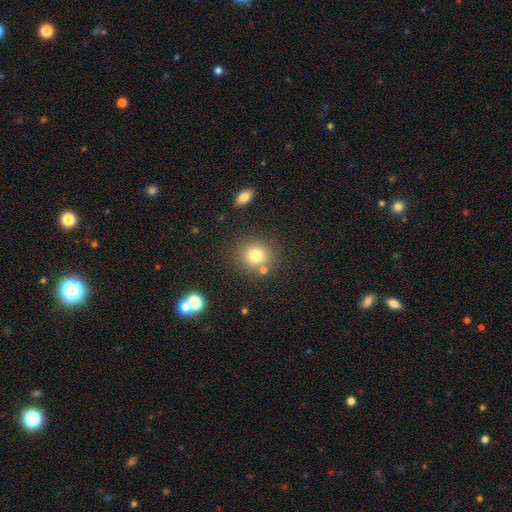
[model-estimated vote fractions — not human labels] This is likely a smooth galaxy (78%). How rounded: clearly round (85%). Merging: likely none (76%).